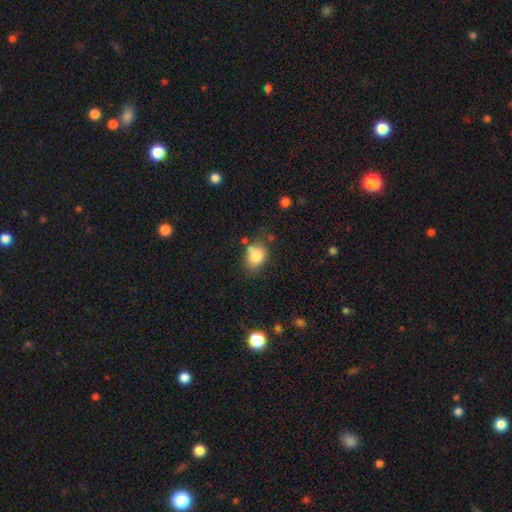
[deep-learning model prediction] Smooth or featured: smooth — 82% (star or artifact — 10%)
How rounded: in between — 60% (round — 39%)
Merging: none — 61% (minor disturbance — 22%)